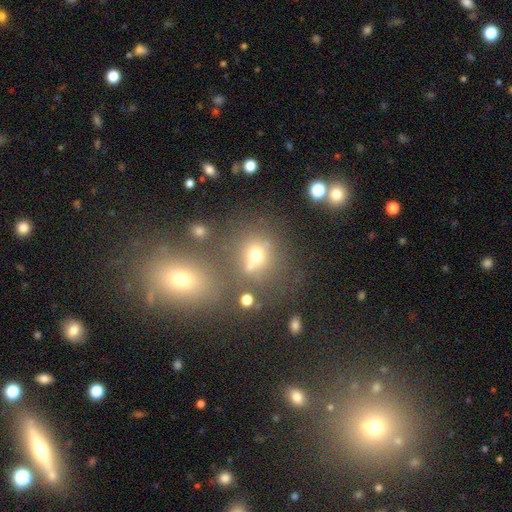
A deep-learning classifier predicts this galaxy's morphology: smooth 61%, star or artifact 24%, featured or disk 15%. Down the decision tree: how rounded — round (76%); merging — none (56%).